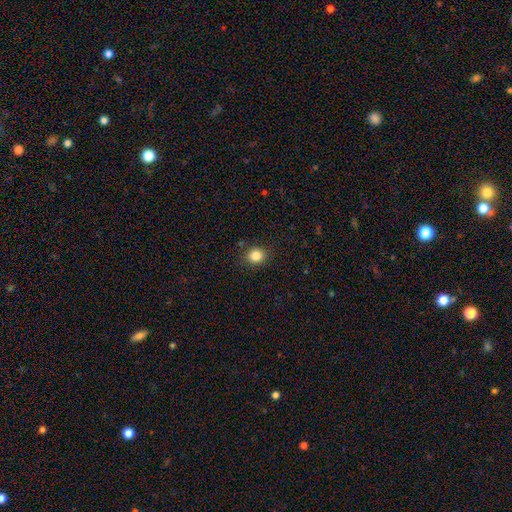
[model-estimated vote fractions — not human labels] This is clearly a smooth galaxy (84%). How rounded: likely round (78%). Merging: clearly none (87%).